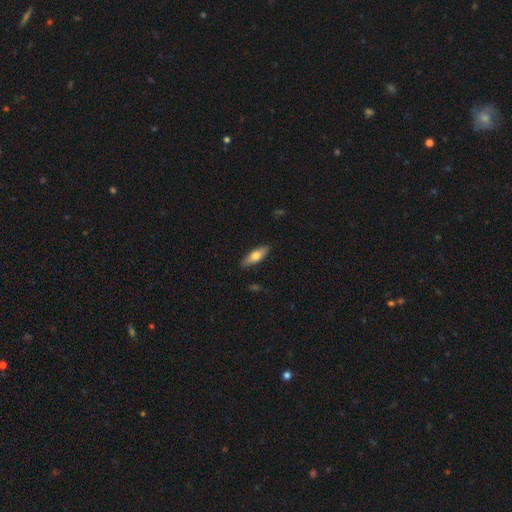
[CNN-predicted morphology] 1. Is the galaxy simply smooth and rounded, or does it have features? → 66% smooth, 28% featured or disk, 6% star or artifact.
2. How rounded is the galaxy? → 56% in between, 42% cigar-shaped, 2% round.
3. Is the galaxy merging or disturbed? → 88% none, 9% minor disturbance, 2% major disturbance, 1% merger.